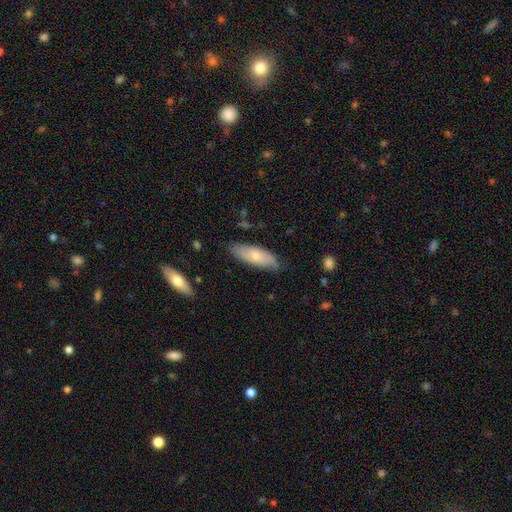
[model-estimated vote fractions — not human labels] The model was most divided on "smooth or featured": smooth: 64%, featured or disk: 31%, star or artifact: 6%. More confident: merging — none (76%); how rounded — in between (69%).